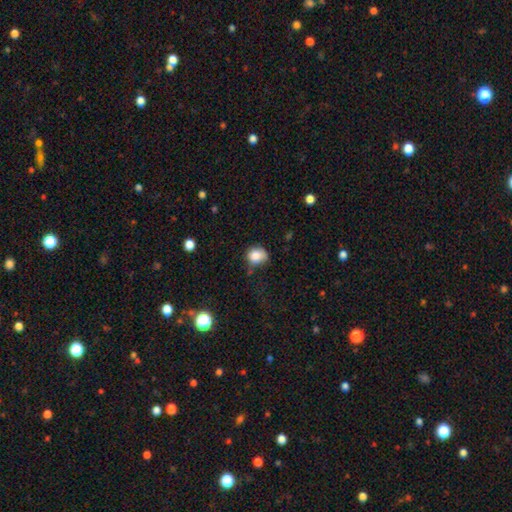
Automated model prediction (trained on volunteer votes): smooth 82%, star or artifact 10%, featured or disk 8%. Down the decision tree: how rounded — round (69%); merging — none (52%).